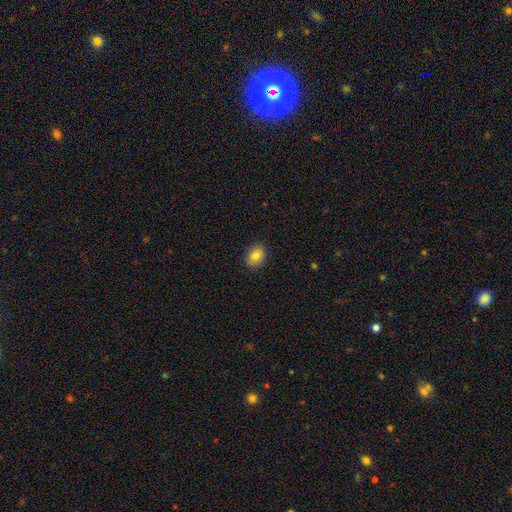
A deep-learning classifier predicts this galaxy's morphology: Overall: smooth (84%). How rounded: in between (66%; round 33%). Merging: none (89%).